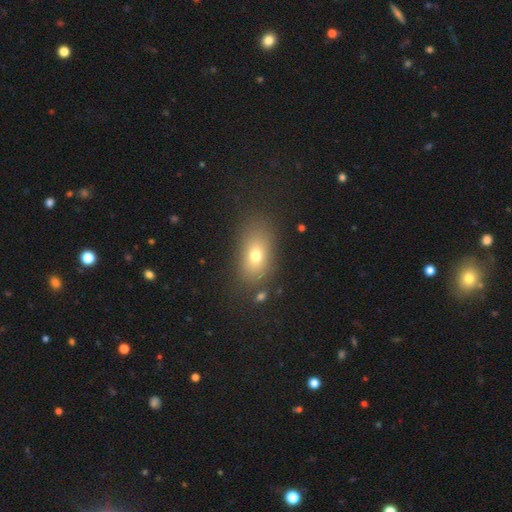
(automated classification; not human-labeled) Overall: smooth (71%). How rounded: in between (80%). Merging: none (78%).